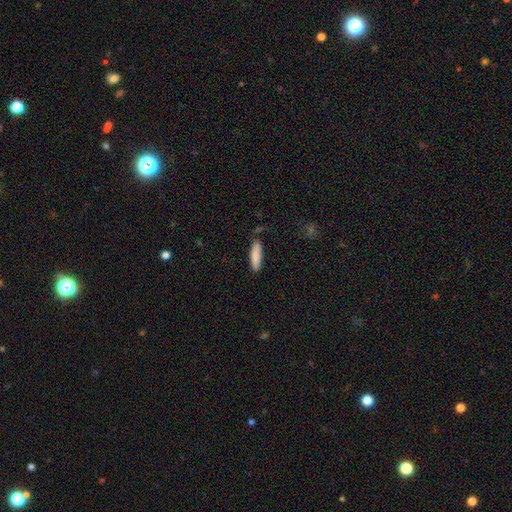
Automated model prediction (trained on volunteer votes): Morphology: type=smooth (86%); roundness=cigar-shaped (66%); merging=none (83%).